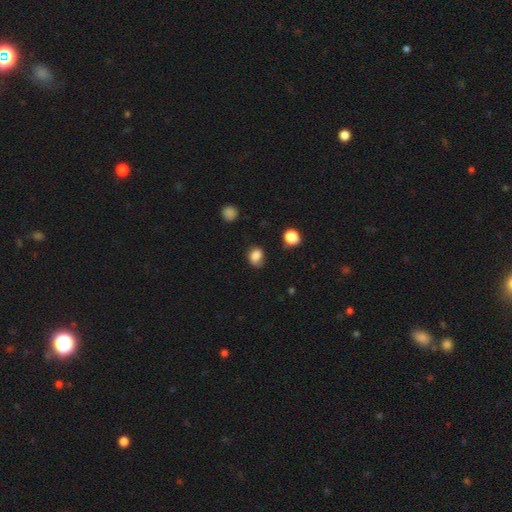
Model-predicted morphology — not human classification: A smooth galaxy with no disk features (82%) that is in between round and cigar-shaped (56%).

Vote fractions:
- Smooth or featured? smooth: 82% / star or artifact: 11% / featured or disk: 7%
- How rounded? in between: 56% / round: 43% / cigar-shaped: 1%
- Merging? none: 60% / minor disturbance: 29% / major disturbance: 9% / merger: 2%